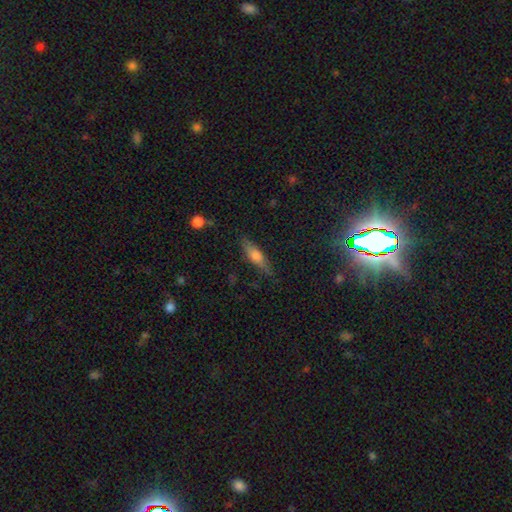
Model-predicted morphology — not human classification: A smooth galaxy with no disk features (59%) that is cigar-shaped (59%). Merging: none (80%).